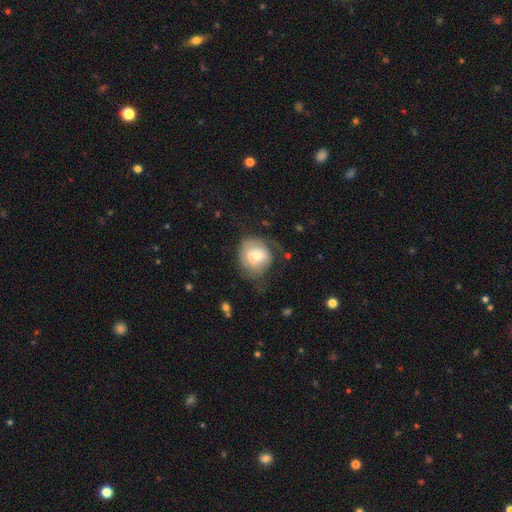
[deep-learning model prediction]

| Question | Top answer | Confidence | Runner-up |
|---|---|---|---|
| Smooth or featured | smooth | 58% | featured or disk (35%) |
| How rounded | round | 73% | in between (26%) |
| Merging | none | 43% | minor disturbance (29%) |